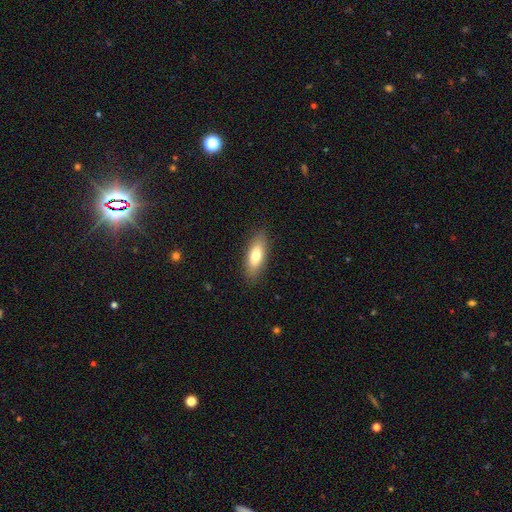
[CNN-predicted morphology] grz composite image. It shows a smooth galaxy with no disk features (74%) that is in between round and cigar-shaped (65%). Merging: none (87%).